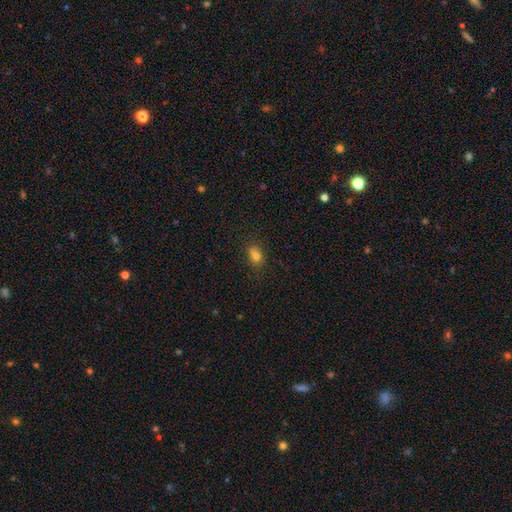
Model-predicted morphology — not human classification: The model was most divided on "how rounded": in between: 69%, round: 29%, cigar-shaped: 3%. More confident: smooth or featured — smooth (74%); merging — none (68%).